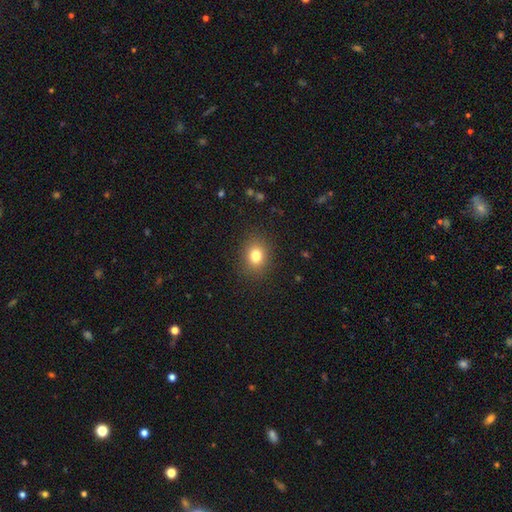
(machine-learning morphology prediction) Smooth or featured? smooth (79%)
How rounded? round (60%)
Merging? none (88%)